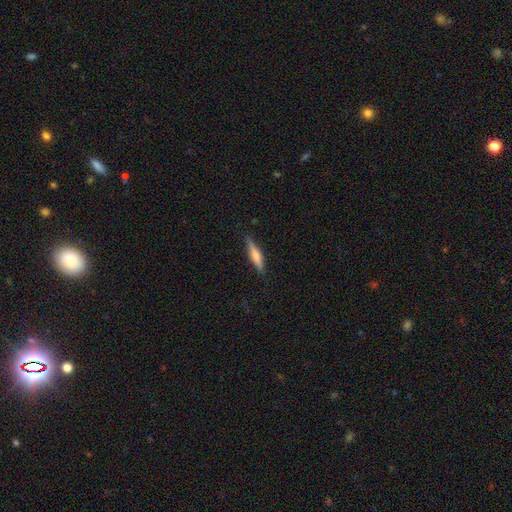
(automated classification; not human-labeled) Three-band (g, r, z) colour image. It shows a smooth galaxy with no disk features (51%) that is cigar-shaped (83%). Merging: none (86%).